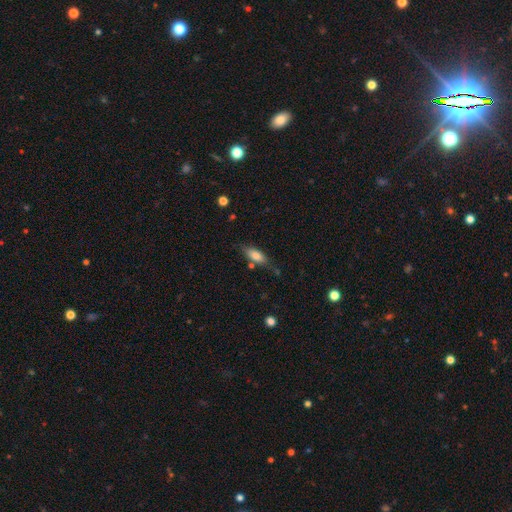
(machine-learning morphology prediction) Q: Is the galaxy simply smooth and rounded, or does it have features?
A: smooth — 75%.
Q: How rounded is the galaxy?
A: in between — 72%.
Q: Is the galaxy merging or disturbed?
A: none — 68%.